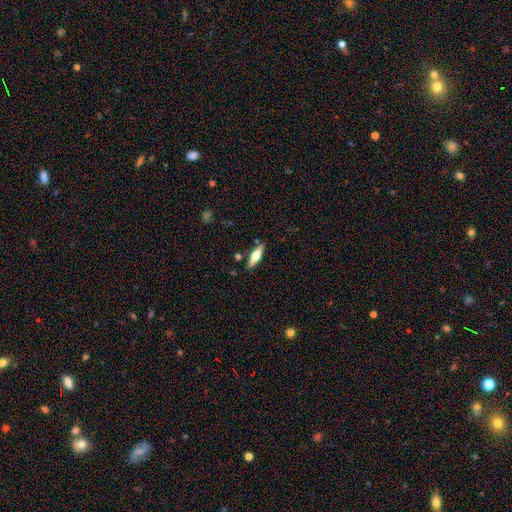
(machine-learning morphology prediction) smooth-or-featured: featured or disk: 48% | smooth: 46% | star or artifact: 6%
  merging: none: 85% | minor disturbance: 10% | merger: 3% | major disturbance: 2%